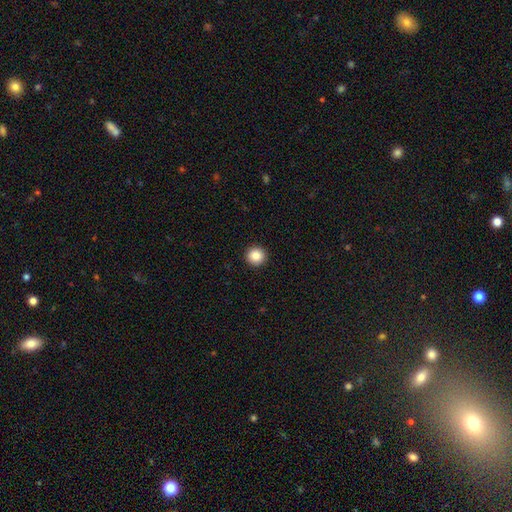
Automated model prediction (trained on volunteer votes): Smooth or featured: smooth — 87% (star or artifact — 10%)
How rounded: round — 96% (in between — 3%)
Merging: none — 93% (minor disturbance — 4%)